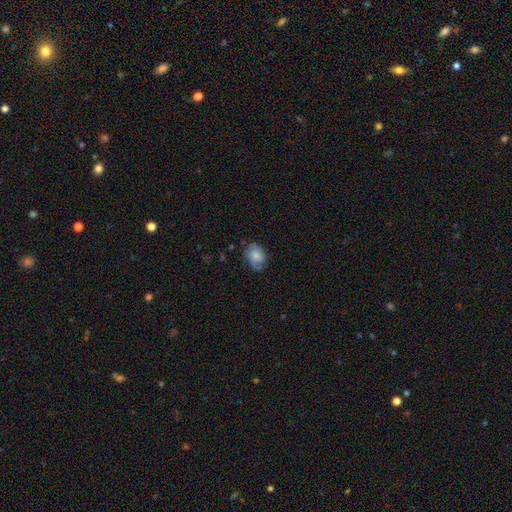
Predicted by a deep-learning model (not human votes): Smooth or featured?
  - smooth: 77% *
  - featured or disk: 15%
  - star or artifact: 8%
How rounded?
  - in between: 73% *
  - round: 26%
  - cigar-shaped: 1%
Merging?
  - none: 65% *
  - minor disturbance: 27%
  - major disturbance: 7%
  - merger: 2%